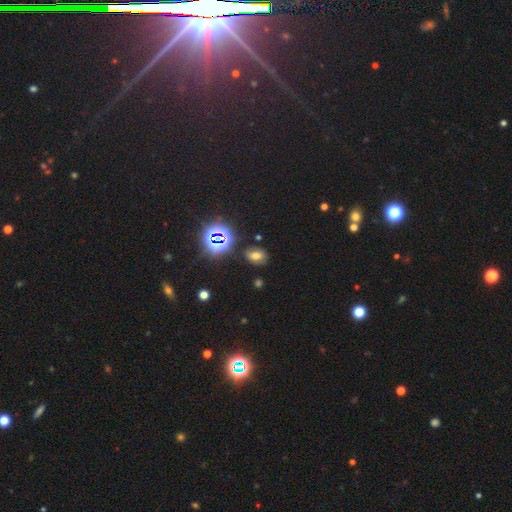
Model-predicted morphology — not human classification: smooth 52%, star or artifact 32%, featured or disk 16%. Down the decision tree: how rounded — in between (67%); merging — none (79%).